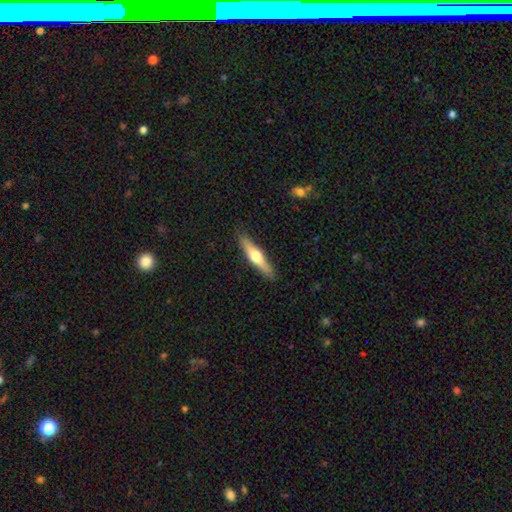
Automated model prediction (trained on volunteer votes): A featured or disk galaxy (55%) viewed edge-on (95%) with a rounded central bulge (93%). Merging: none (89%).